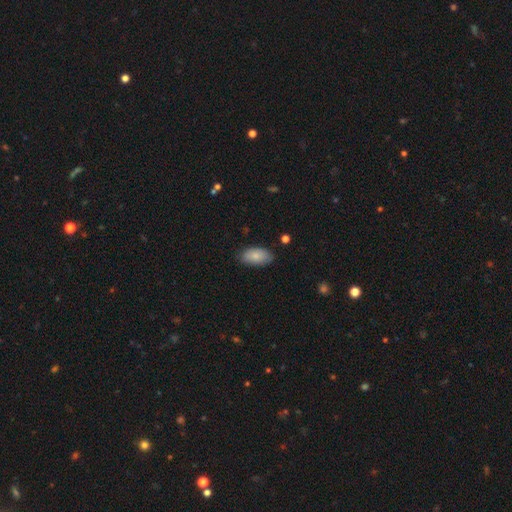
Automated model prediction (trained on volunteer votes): This appears to be a smooth galaxy with no disk features (82%) that is in between round and cigar-shaped (94%). Merging: none (82%).